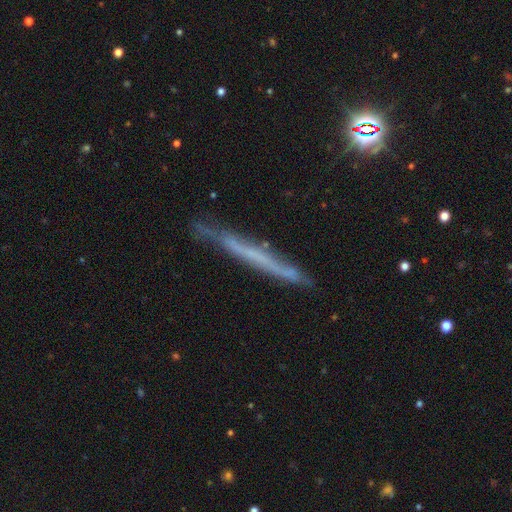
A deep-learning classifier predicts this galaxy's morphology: smooth-or-featured: featured or disk: 55% | smooth: 34% | star or artifact: 10%
  disk-edge-on: yes: 91% | no: 9%
    edge-on-bulge: none: 91% | rounded: 5% | boxy: 4%
  merging: none: 79% | minor disturbance: 16% | major disturbance: 3% | merger: 2%